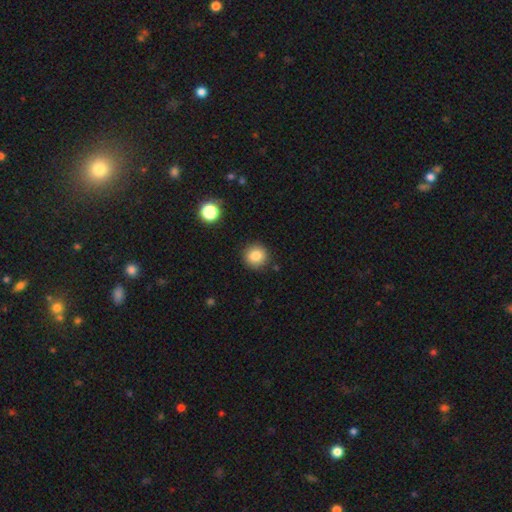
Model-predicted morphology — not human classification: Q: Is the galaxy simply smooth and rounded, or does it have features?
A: smooth — 83%.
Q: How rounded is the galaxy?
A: round — 94%.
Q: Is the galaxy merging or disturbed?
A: none — 90%.